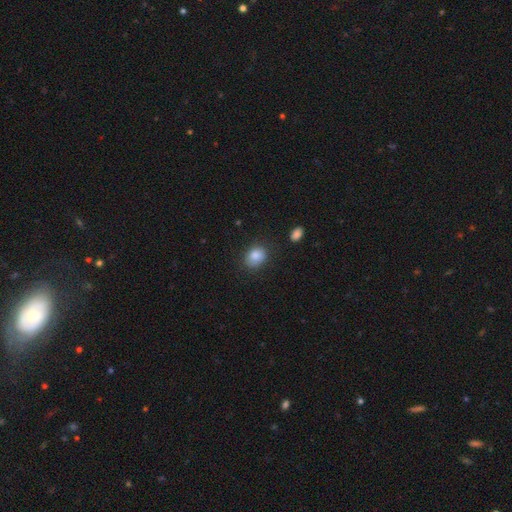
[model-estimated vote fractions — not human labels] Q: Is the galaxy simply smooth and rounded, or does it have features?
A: smooth — 86%.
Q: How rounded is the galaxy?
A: in between — 54%.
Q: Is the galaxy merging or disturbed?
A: none — 77%.